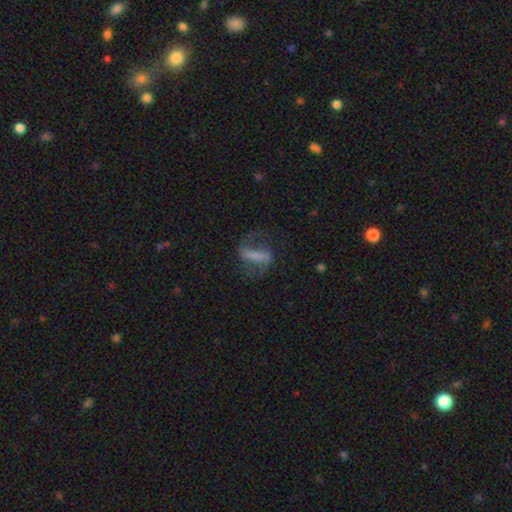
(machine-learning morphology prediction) featured or disk 71%, smooth 19%, star or artifact 10%. Down the decision tree: edge-on disk — no (91%); bar — strong (64%); spiral arms — yes (85%); spiral arm count — 2 (84%); spiral winding — loose (50%); bulge size — none (38%); merging — none (64%).